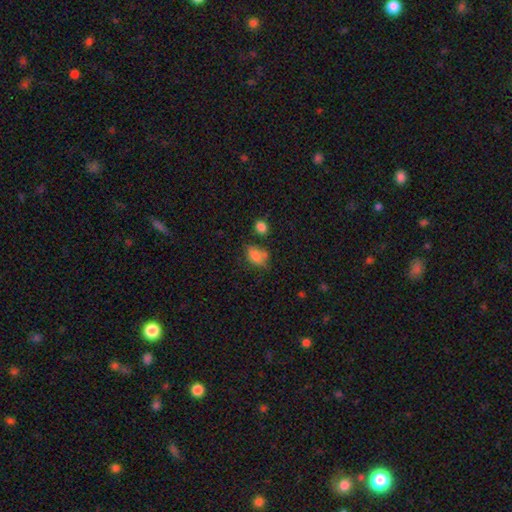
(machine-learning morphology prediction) A smooth galaxy with no disk features (77%) that is in between round and cigar-shaped (78%).

Vote fractions:
- Smooth or featured? smooth: 77% / featured or disk: 11% / star or artifact: 11%
- How rounded? in between: 78% / round: 21% / cigar-shaped: 2%
- Merging? none: 44% / minor disturbance: 29% / merger: 16% / major disturbance: 12%